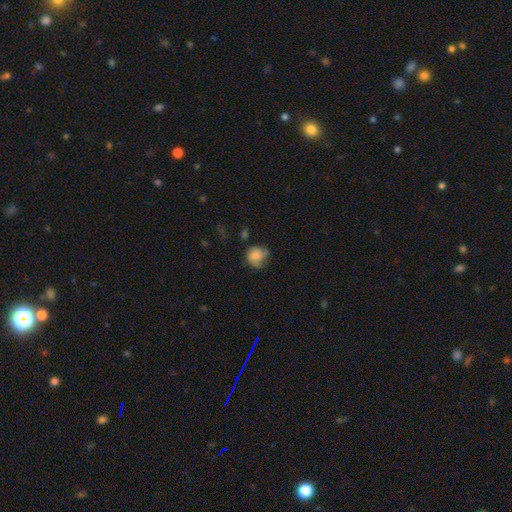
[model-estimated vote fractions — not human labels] Overall: smooth (64%; featured or disk 28%). How rounded: round (73%). Merging: none (52%; minor disturbance 29%).